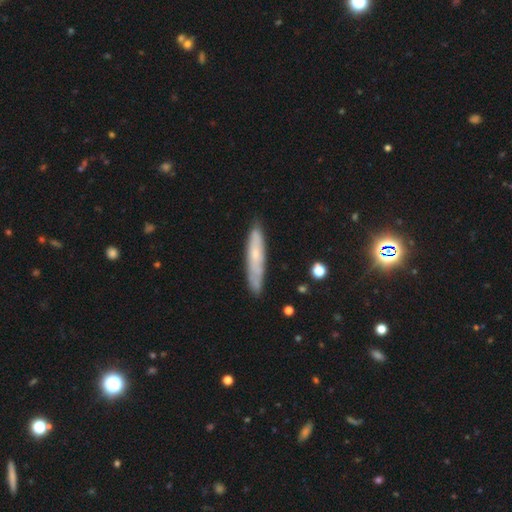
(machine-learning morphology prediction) smooth 50%, featured or disk 41%, star or artifact 8%. Down the decision tree: how rounded — cigar-shaped (90%); merging — none (83%).